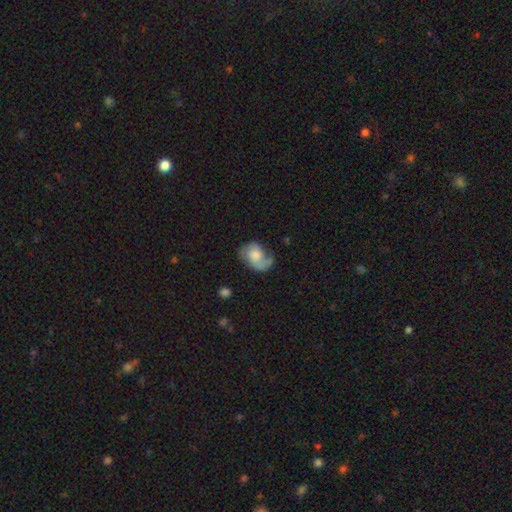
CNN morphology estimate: smooth_or_featured: featured or disk (p=0.61) [alt: smooth p=0.32]
disk_edge_on: no (p=0.97) [alt: yes p=0.03]
bar: no (p=0.67) [alt: weak p=0.28]
has_spiral_arms: yes (p=0.88) [alt: no p=0.12]
spiral_winding: medium (p=0.42) [alt: loose p=0.36]
spiral_arm_count: 2 (p=0.70) [alt: 1 p=0.18]
bulge_size: moderate (p=0.36) [alt: large p=0.23]
merging: none (p=0.50) [alt: minor disturbance p=0.28]